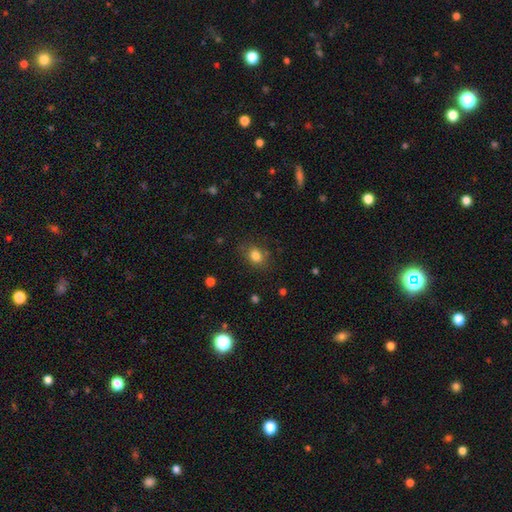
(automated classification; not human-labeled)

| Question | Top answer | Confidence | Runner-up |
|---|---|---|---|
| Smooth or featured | smooth | 81% | star or artifact (11%) |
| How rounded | in between | 52% | round (47%) |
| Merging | none | 78% | minor disturbance (15%) |